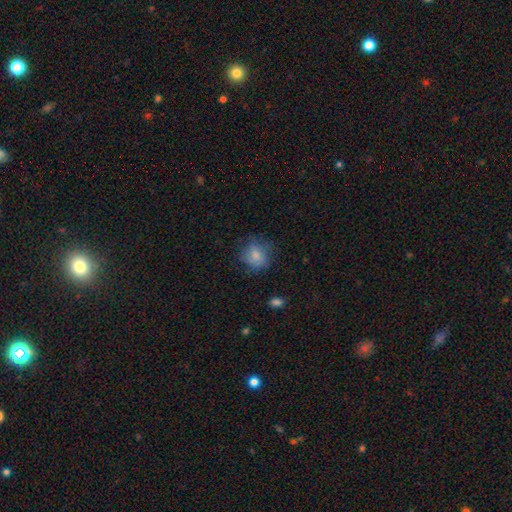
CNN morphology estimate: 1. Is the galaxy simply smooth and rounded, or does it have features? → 78% smooth, 13% featured or disk, 9% star or artifact.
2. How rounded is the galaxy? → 77% round, 22% in between, 1% cigar-shaped.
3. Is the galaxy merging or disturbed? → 67% none, 23% minor disturbance, 9% major disturbance, 1% merger.